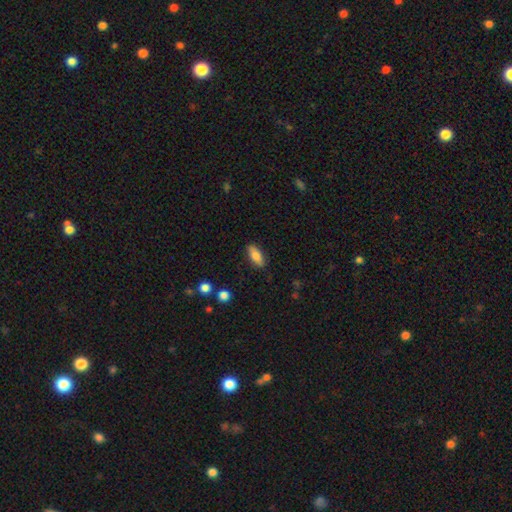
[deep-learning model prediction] This appears to be a smooth galaxy with no disk features (76%) that is in between round and cigar-shaped (75%). Merging: none (87%).